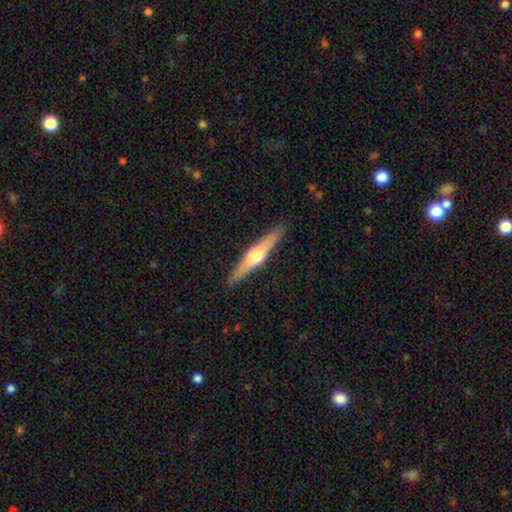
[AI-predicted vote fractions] Smooth or featured? featured or disk (67%)
Edge-on disk? yes (97%)
Edge-on bulge? rounded (92%)
Merging? none (90%)